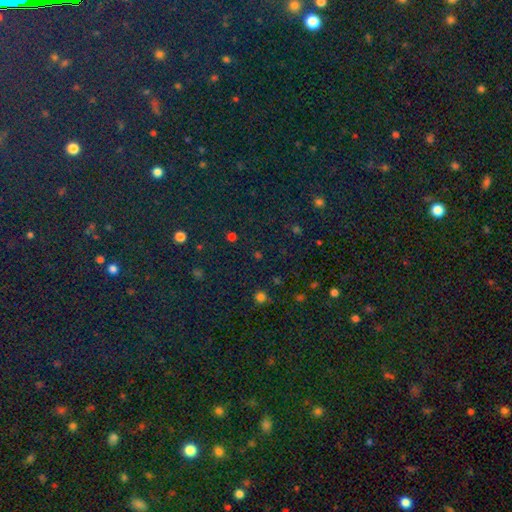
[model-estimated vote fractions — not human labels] star or artifact 77%, smooth 16%, featured or disk 7%.